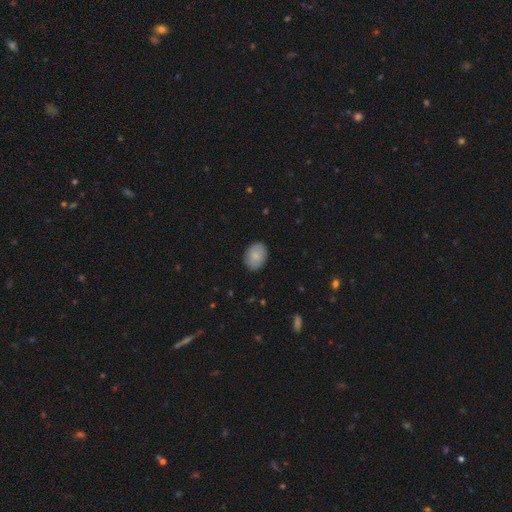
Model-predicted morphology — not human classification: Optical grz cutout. It shows a smooth galaxy with no disk features (82%) that is in between round and cigar-shaped (77%). Merging: none (86%).